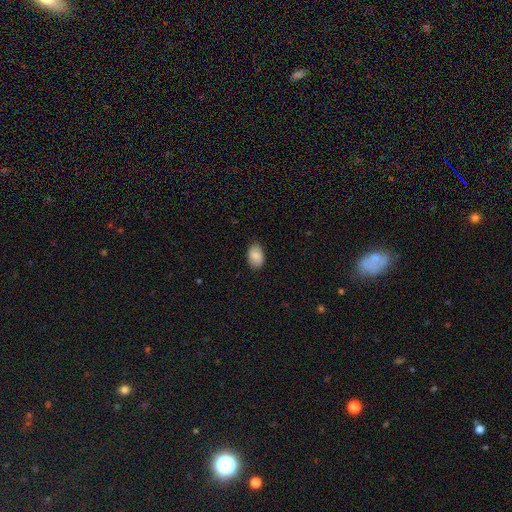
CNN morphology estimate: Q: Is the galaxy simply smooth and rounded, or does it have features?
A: smooth — 86%.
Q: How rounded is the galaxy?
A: in between — 86%.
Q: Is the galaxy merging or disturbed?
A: none — 85%.